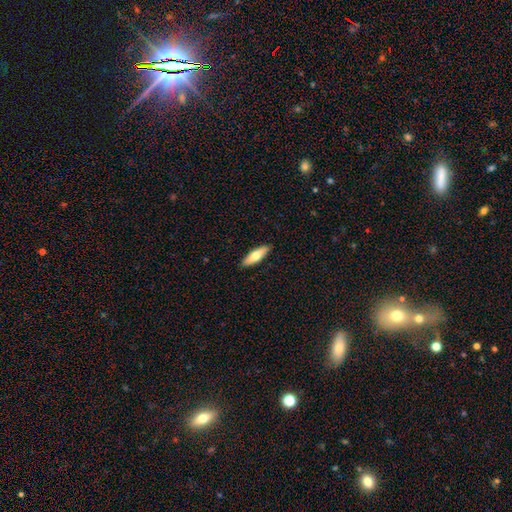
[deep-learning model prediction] smooth_or_featured: smooth (p=0.65) [alt: featured or disk p=0.30]
how_rounded: cigar-shaped (p=0.52) [alt: in between p=0.46]
merging: none (p=0.90) [alt: minor disturbance p=0.08]